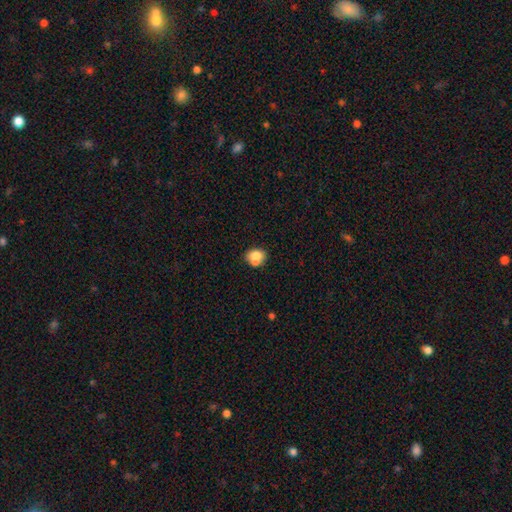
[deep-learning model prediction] Smooth or featured: smooth — 74% (featured or disk — 17%)
How rounded: round — 58% (in between — 41%)
Merging: none — 44% (merger — 40%)